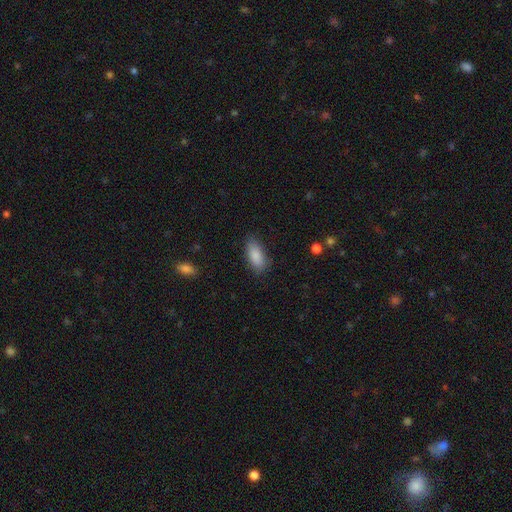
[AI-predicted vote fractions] Smooth or featured: smooth — 87% (star or artifact — 7%)
How rounded: in between — 86% (cigar-shaped — 12%)
Merging: none — 83% (minor disturbance — 13%)